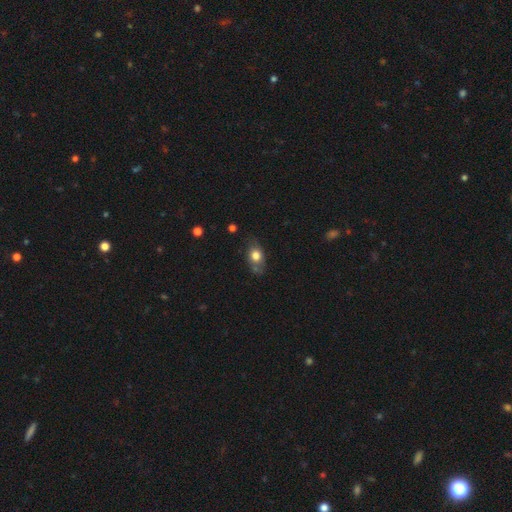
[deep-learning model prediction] smooth-or-featured: smooth: 73% | featured or disk: 19% | star or artifact: 9%
  how-rounded: in between: 72% | round: 24% | cigar-shaped: 4%
  merging: none: 63% | minor disturbance: 25% | major disturbance: 7% | merger: 4%